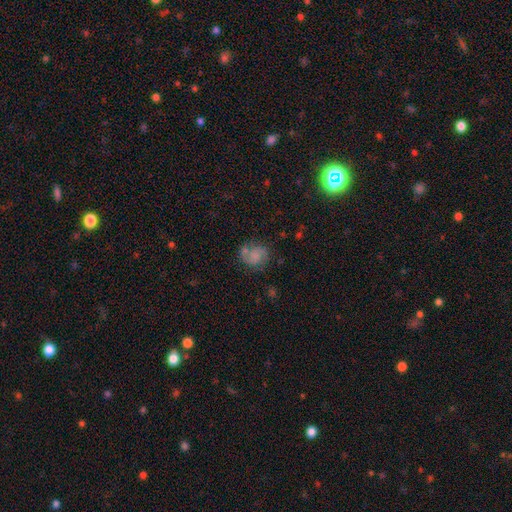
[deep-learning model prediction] Smooth or featured? featured or disk (51%)
Edge-on disk? no (98%)
Merging? none (59%)